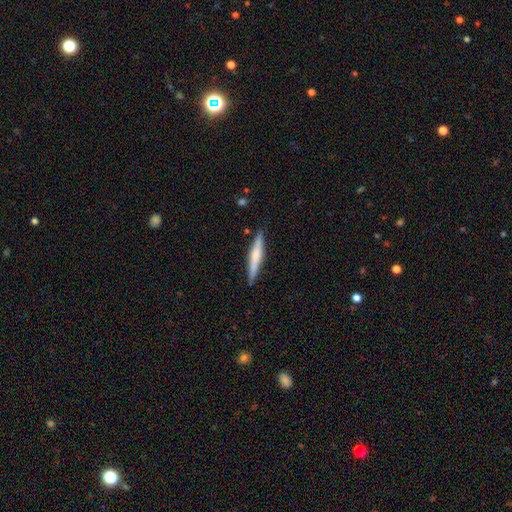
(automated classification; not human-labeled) The model was most divided on "smooth or featured": smooth: 48%, featured or disk: 47%, star or artifact: 6%. More confident: merging — none (88%).